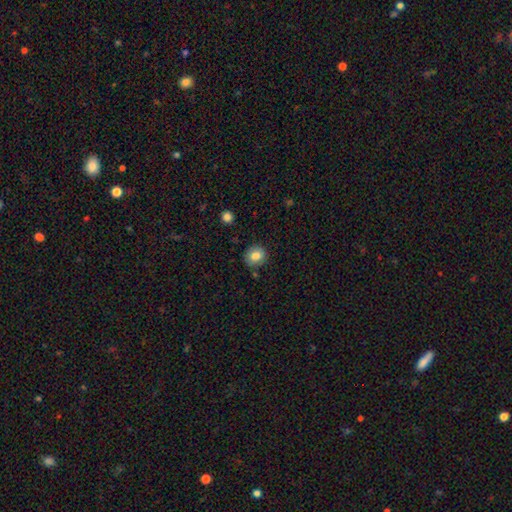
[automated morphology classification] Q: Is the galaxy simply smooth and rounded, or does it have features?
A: smooth — 82%.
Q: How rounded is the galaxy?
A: round — 75%.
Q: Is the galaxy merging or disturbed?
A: none — 84%.